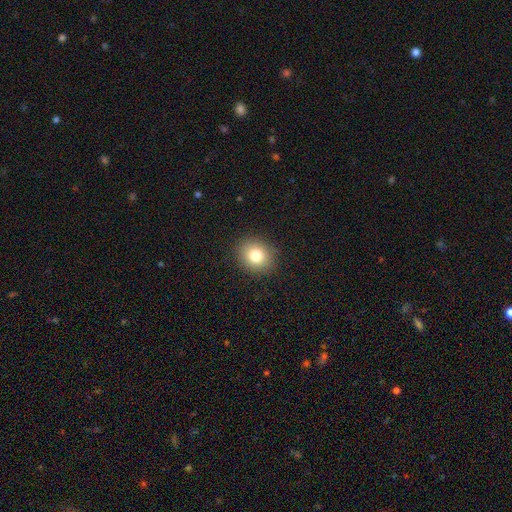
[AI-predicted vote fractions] A smooth galaxy with no disk features (81%) that is round (71%). Merging: none (89%).